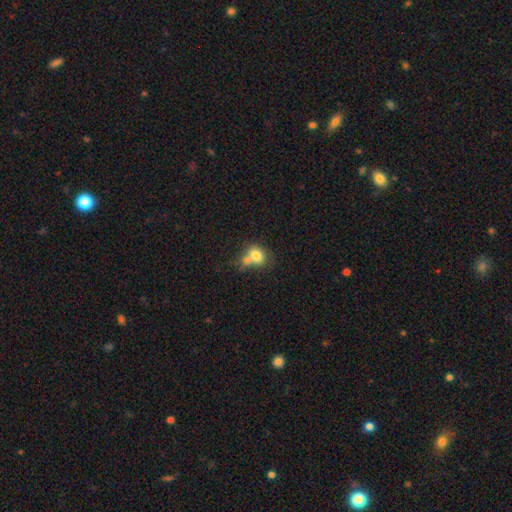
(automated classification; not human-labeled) A smooth galaxy with no disk features (76%) that is round (54%).

Vote fractions:
- Smooth or featured? smooth: 76% / featured or disk: 14% / star or artifact: 10%
- How rounded? round: 54% / in between: 45% / cigar-shaped: 1%
- Merging? merger: 50% / none: 33% / minor disturbance: 11% / major disturbance: 6%